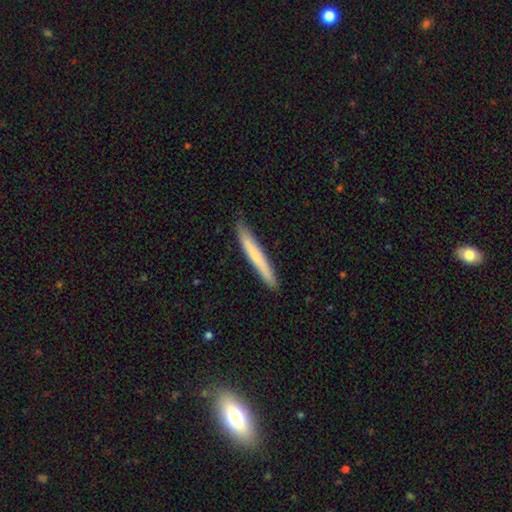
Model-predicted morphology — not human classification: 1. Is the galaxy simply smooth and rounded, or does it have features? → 66% smooth, 28% featured or disk, 5% star or artifact.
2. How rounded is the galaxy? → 97% cigar-shaped, 2% in between, 1% round.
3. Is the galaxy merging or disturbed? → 89% none, 9% minor disturbance, 1% major disturbance, 1% merger.